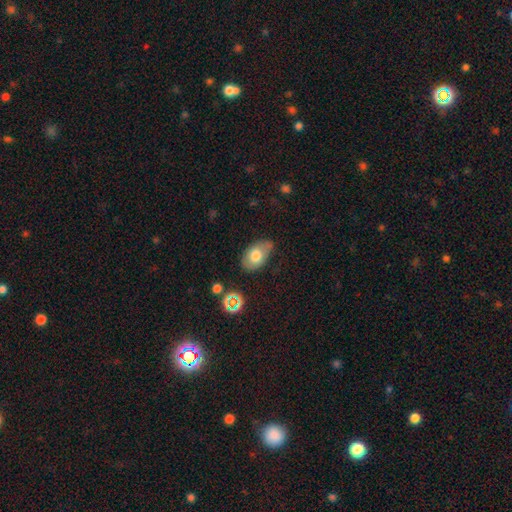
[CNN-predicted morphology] smooth-or-featured: smooth: 71% | featured or disk: 20% | star or artifact: 9%
  how-rounded: in between: 90% | round: 9% | cigar-shaped: 1%
  merging: none: 65% | minor disturbance: 26% | major disturbance: 6% | merger: 3%